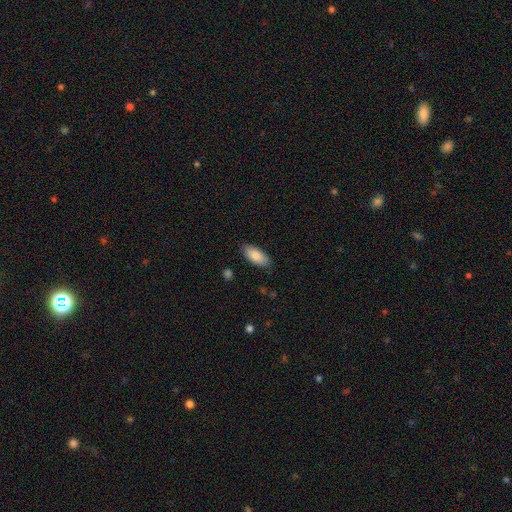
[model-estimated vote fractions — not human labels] Overall: smooth (85%). How rounded: in between (87%). Merging: none (85%).